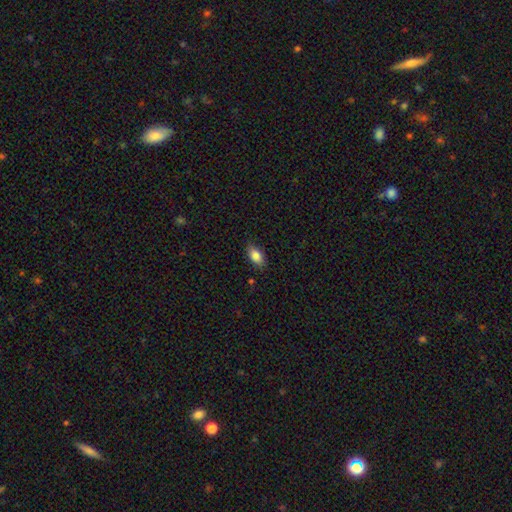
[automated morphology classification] type=smooth (84%); roundness=in between (89%); merging=none (84%).